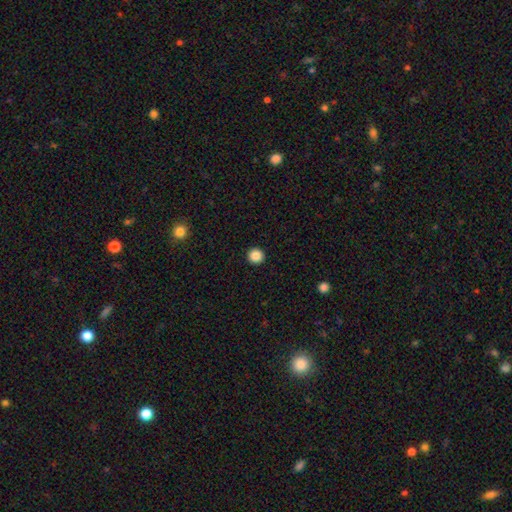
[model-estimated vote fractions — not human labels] Smooth or featured?
  - smooth: 87% *
  - star or artifact: 10%
  - featured or disk: 3%
How rounded?
  - round: 96% *
  - in between: 3%
  - cigar-shaped: 1%
Merging?
  - none: 94% *
  - minor disturbance: 4%
  - major disturbance: 1%
  - merger: 1%